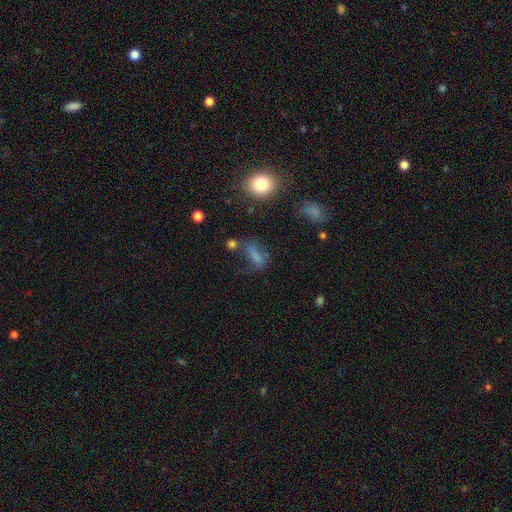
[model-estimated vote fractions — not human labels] Overall: smooth (66%). How rounded: in between (66%). Merging: none (44%; major disturbance 23%).